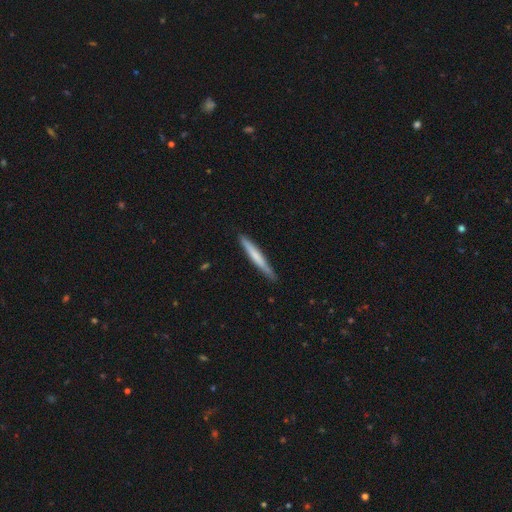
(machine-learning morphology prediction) Smooth or featured? smooth (61%)
How rounded? cigar-shaped (96%)
Merging? none (86%)